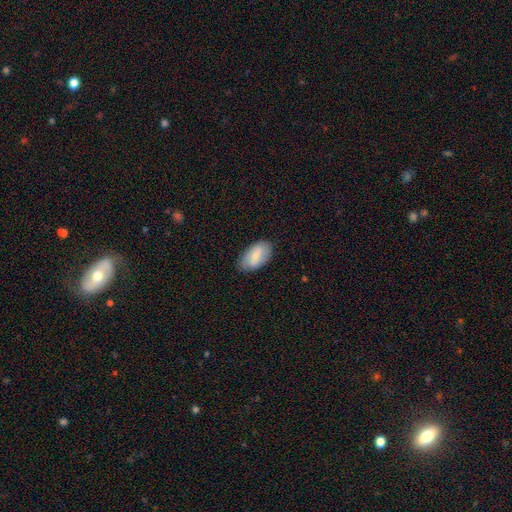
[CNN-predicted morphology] This appears to be a smooth galaxy with no disk features (66%) that is in between round and cigar-shaped (94%). Merging: none (80%).